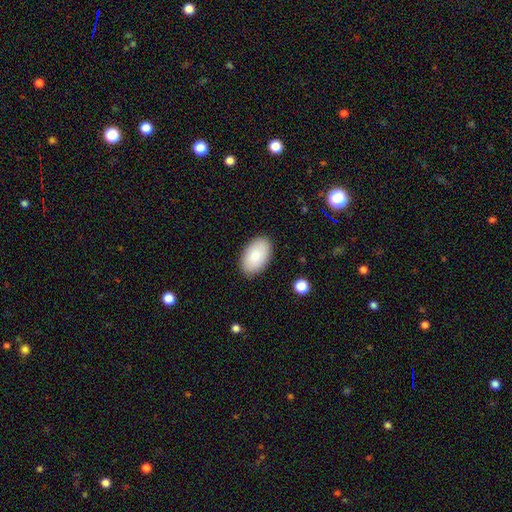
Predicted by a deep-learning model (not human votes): Q: Smooth or featured?
A: smooth (86%); runner-up: featured or disk (8%)
Q: How rounded?
A: in between (95%); runner-up: round (4%)
Q: Merging?
A: none (88%); runner-up: minor disturbance (9%)